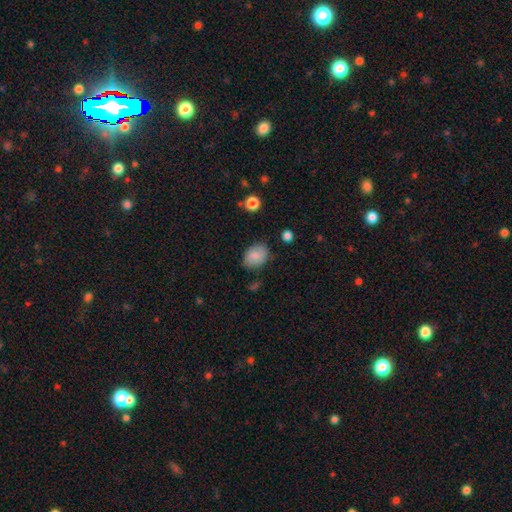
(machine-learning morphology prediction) Smooth or featured? Predicted: smooth (p=0.82). How rounded? Predicted: in between (p=0.72). Merging? Predicted: none (p=0.77).